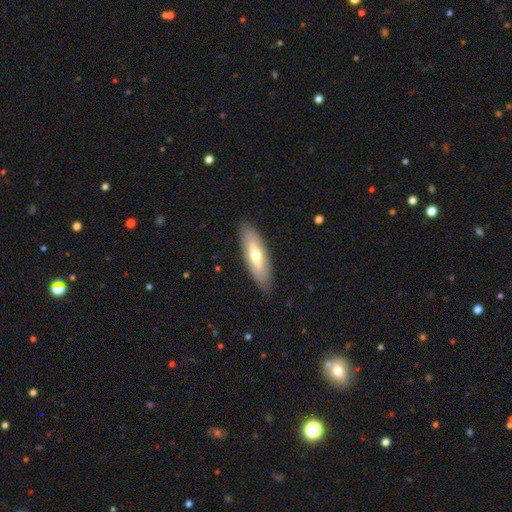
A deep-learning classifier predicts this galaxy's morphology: The model was most divided on "smooth or featured": smooth: 51%, featured or disk: 43%, star or artifact: 5%. More confident: merging — none (87%); how rounded — in between (55%).